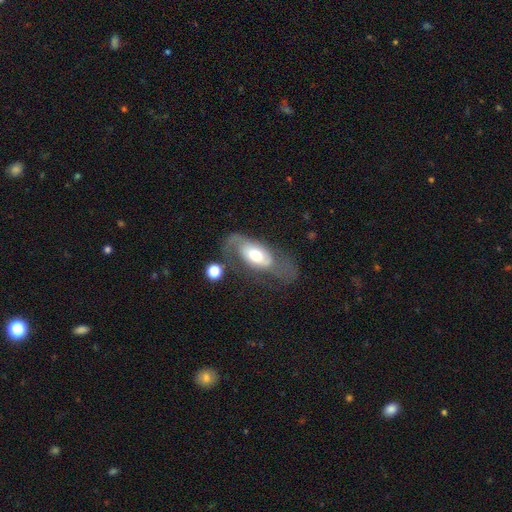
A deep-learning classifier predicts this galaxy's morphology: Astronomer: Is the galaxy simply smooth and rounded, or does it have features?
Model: featured or disk — 59%.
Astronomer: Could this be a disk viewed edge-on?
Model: no — 90%.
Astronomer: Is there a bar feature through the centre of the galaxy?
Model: no — 63%.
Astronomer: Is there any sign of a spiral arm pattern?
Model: yes — 76%.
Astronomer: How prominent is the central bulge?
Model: moderate — 55% (runner-up: large, 30%).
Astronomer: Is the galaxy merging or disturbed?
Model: major disturbance — 37% (runner-up: none, 35%).